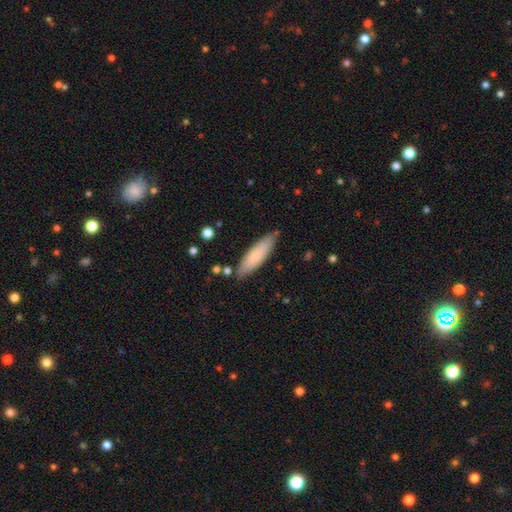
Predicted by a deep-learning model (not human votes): A smooth galaxy with no disk features (78%) that is cigar-shaped (61%).

Vote fractions:
- Smooth or featured? smooth: 78% / featured or disk: 16% / star or artifact: 5%
- How rounded? cigar-shaped: 61% / in between: 38% / round: 1%
- Merging? none: 82% / minor disturbance: 13% / merger: 2% / major disturbance: 2%